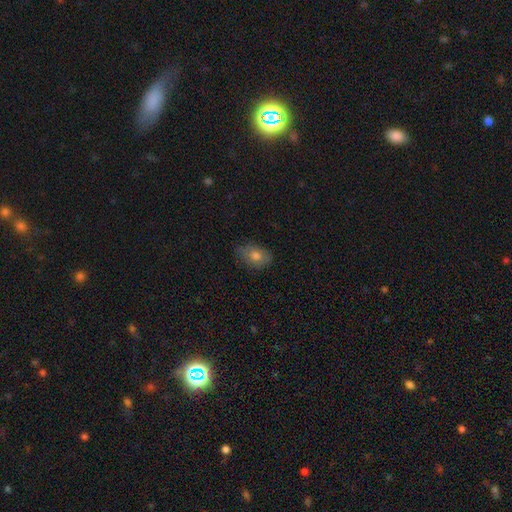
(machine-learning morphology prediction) type=smooth (76%); roundness=in between (79%); merging=none (74%).